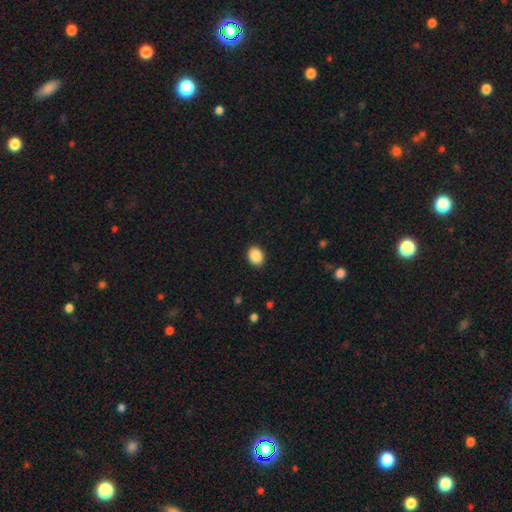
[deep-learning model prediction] Smooth or featured? Predicted: smooth (p=0.89). How rounded? Predicted: in between (p=0.52). Merging? Predicted: none (p=0.91).